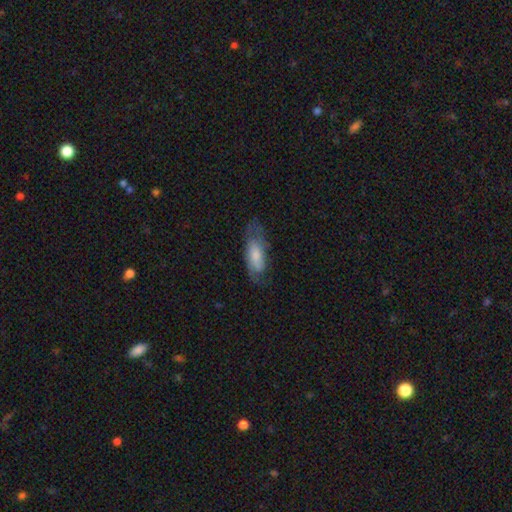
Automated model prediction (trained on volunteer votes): A smooth galaxy with no disk features (55%) that is in between round and cigar-shaped (76%).

Vote fractions:
- Smooth or featured? smooth: 55% / featured or disk: 38% / star or artifact: 7%
- How rounded? in between: 76% / cigar-shaped: 22% / round: 2%
- Merging? none: 55% / minor disturbance: 27% / major disturbance: 16% / merger: 2%